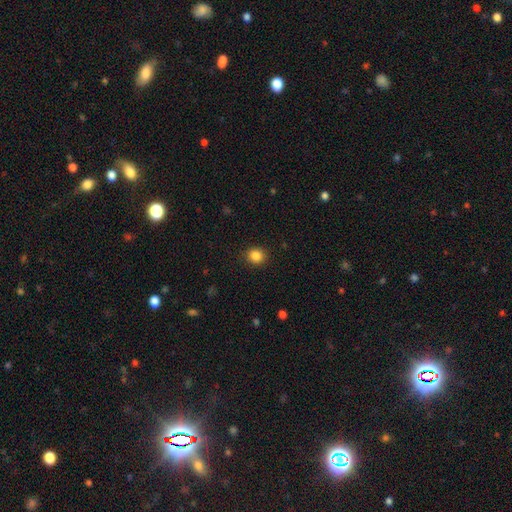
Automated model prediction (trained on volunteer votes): Overall: smooth (86%). How rounded: round (84%). Merging: none (90%).